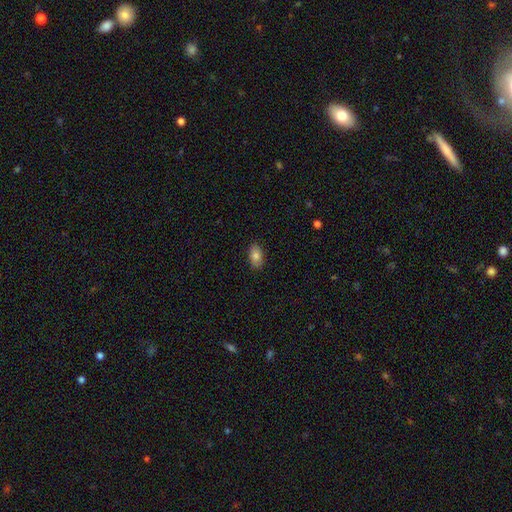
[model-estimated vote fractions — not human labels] Smooth or featured: smooth — 83% (featured or disk — 9%)
How rounded: in between — 91% (round — 7%)
Merging: none — 88% (minor disturbance — 9%)